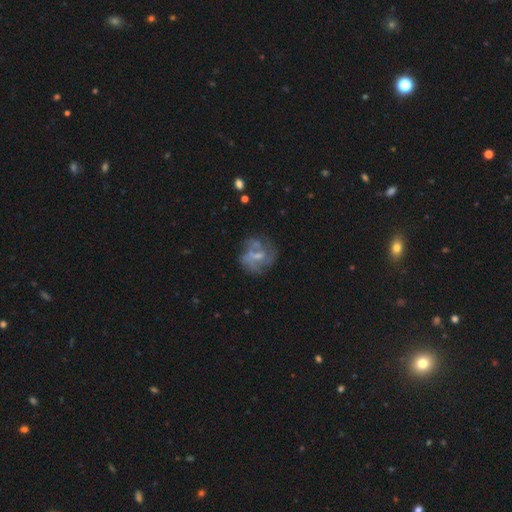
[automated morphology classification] Smooth or featured?
  - featured or disk: 63% *
  - smooth: 28%
  - star or artifact: 10%
Edge-on disk?
  - no: 98% *
  - yes: 2%
Bar?
  - no: 55% *
  - weak: 37%
  - strong: 8%
Spiral arms?
  - no: 53% *
  - yes: 47%
Bulge size?
  - small: 40% *
  - moderate: 32%
  - none: 25%
  - large: 2%
  - dominant: 1%
Merging?
  - none: 49% *
  - major disturbance: 21%
  - minor disturbance: 21%
  - merger: 10%